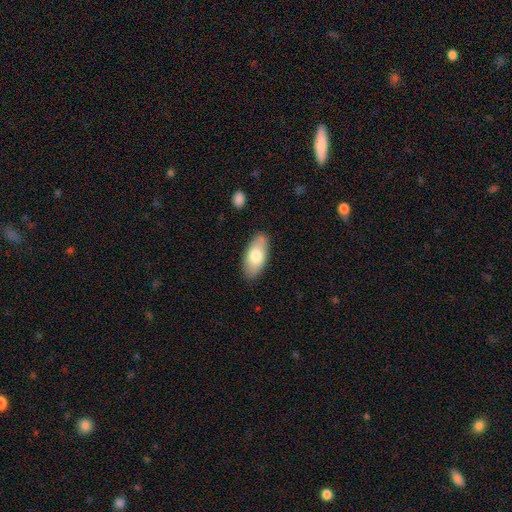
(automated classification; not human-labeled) Smooth or featured? Predicted: smooth (p=0.74). How rounded? Predicted: in between (p=0.90). Merging? Predicted: none (p=0.83).